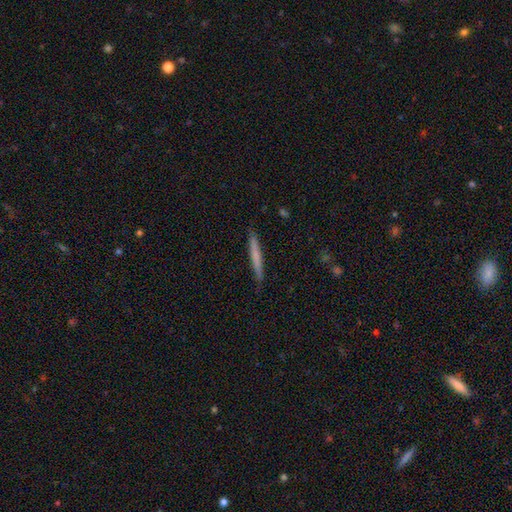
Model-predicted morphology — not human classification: Q: Smooth or featured?
A: smooth (62%); runner-up: featured or disk (32%)
Q: How rounded?
A: cigar-shaped (96%); runner-up: in between (2%)
Q: Merging?
A: none (88%); runner-up: minor disturbance (9%)